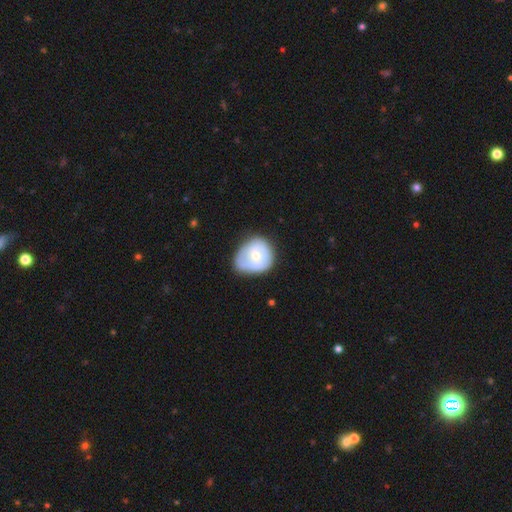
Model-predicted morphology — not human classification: A smooth galaxy with no disk features (50%). Merging: none (44%).